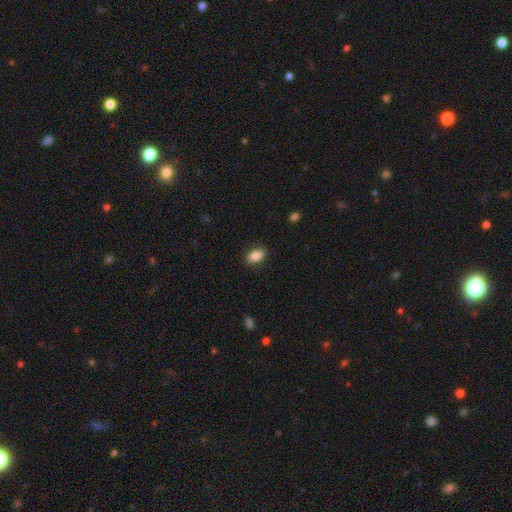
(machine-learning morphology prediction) Smooth or featured? smooth (86%)
How rounded? in between (91%)
Merging? none (87%)